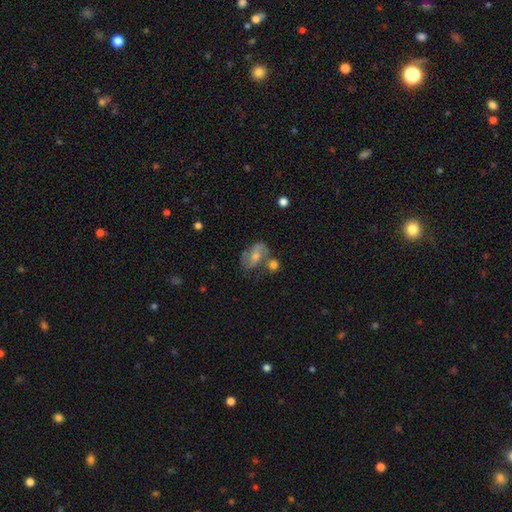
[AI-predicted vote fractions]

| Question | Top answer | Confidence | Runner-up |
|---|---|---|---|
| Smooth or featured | featured or disk | 60% | smooth (28%) |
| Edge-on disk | no | 94% | yes (6%) |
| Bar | weak | 42% | no (38%) |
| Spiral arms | yes | 77% | no (23%) |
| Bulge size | moderate | 53% | small (34%) |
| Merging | none | 50% | merger (21%) |